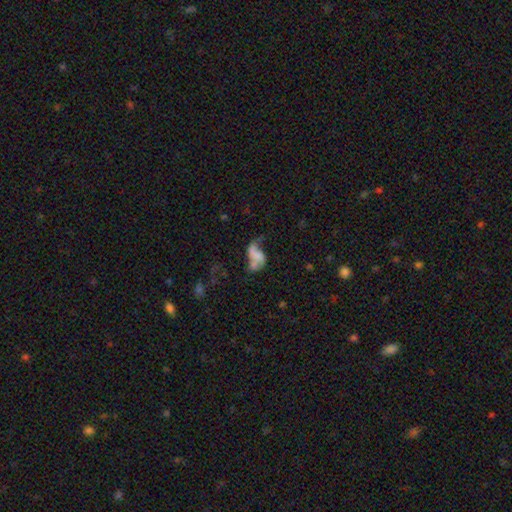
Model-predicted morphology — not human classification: Smooth or featured?
  - featured or disk: 50% *
  - smooth: 38%
  - star or artifact: 13%
Merging?
  - merger: 33% *
  - major disturbance: 30%
  - none: 22%
  - minor disturbance: 15%